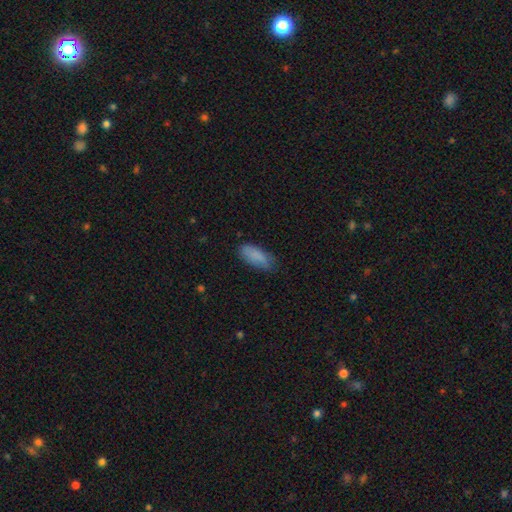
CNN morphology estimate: The model was most divided on "merging": none: 72%, minor disturbance: 22%, major disturbance: 5%, merger: 1%. More confident: smooth or featured — smooth (85%); how rounded — in between (80%).